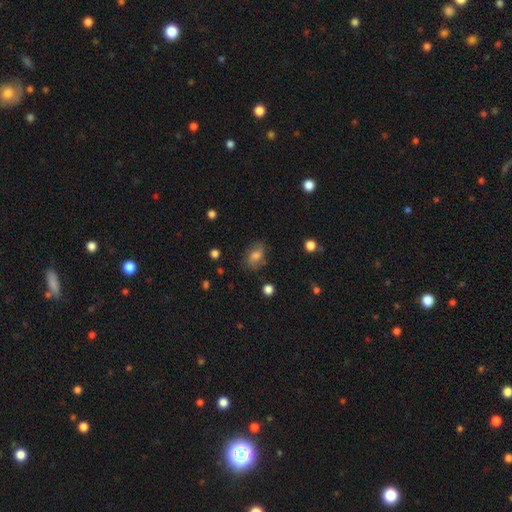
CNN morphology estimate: Smooth or featured? smooth (64%)
How rounded? in between (77%)
Merging? none (69%)